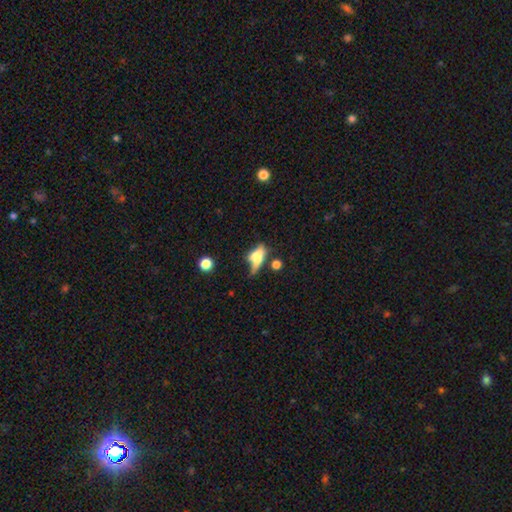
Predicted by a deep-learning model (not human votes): smooth 54%, featured or disk 35%, star or artifact 11%. Down the decision tree: how rounded — in between (64%); merging — none (38%).